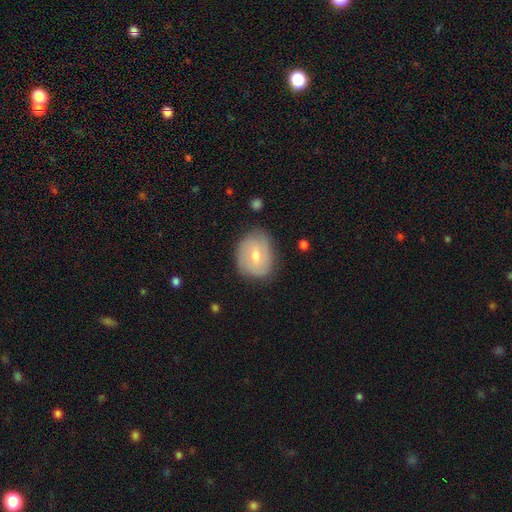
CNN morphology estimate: smooth_or_featured: smooth (p=0.52) [alt: featured or disk p=0.41]
how_rounded: in between (p=0.50) [alt: round p=0.49]
merging: none (p=0.71) [alt: minor disturbance p=0.23]